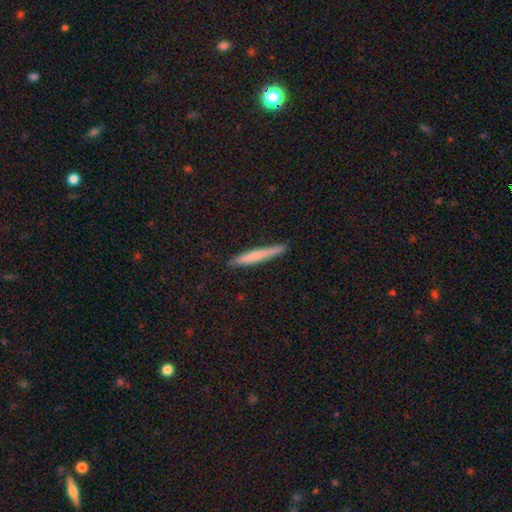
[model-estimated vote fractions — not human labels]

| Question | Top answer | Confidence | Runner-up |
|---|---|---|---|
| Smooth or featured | smooth | 70% | featured or disk (24%) |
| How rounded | cigar-shaped | 96% | in between (3%) |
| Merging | none | 88% | minor disturbance (9%) |